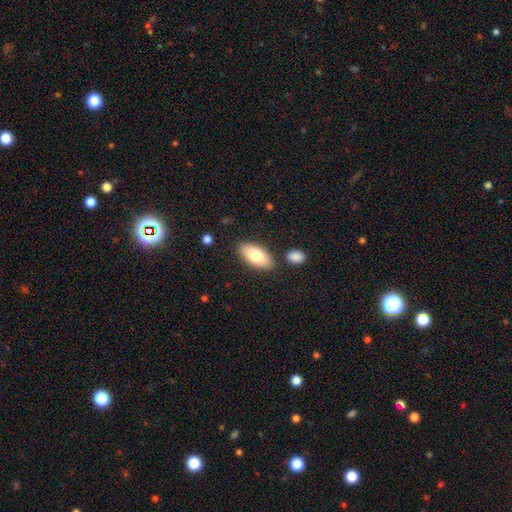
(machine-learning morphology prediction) Smooth or featured? smooth (77%)
How rounded? in between (92%)
Merging? none (83%)